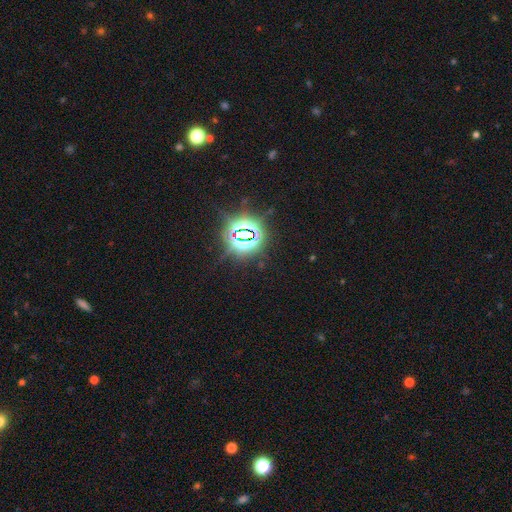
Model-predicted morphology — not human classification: type=star or artifact (83%).